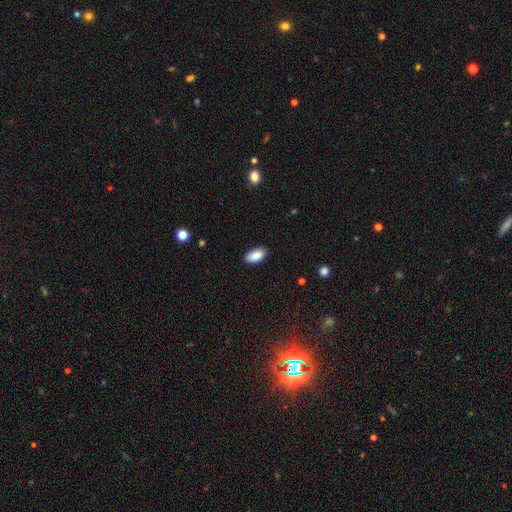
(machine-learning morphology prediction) Smooth or featured?
  - smooth: 89% *
  - star or artifact: 7%
  - featured or disk: 4%
How rounded?
  - in between: 93% *
  - cigar-shaped: 5%
  - round: 3%
Merging?
  - none: 87% *
  - minor disturbance: 10%
  - major disturbance: 2%
  - merger: 1%